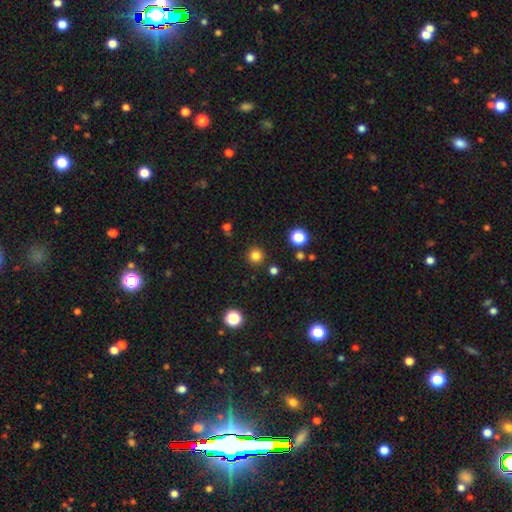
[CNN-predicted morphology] Smooth or featured: smooth — 82% (star or artifact — 14%)
How rounded: round — 95% (in between — 4%)
Merging: none — 90% (minor disturbance — 5%)